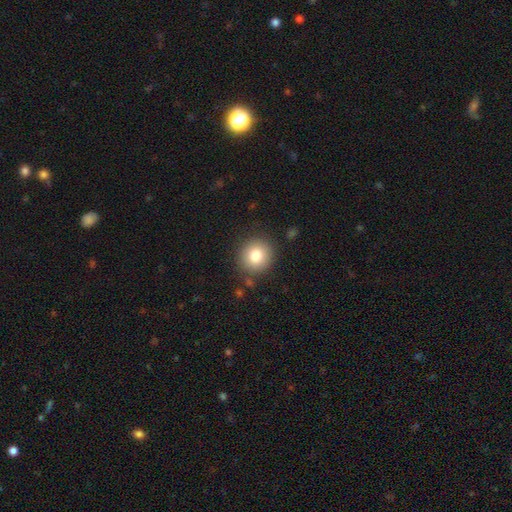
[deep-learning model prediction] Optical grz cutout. It shows a smooth galaxy with no disk features (80%) that is round (87%). Merging: none (87%).